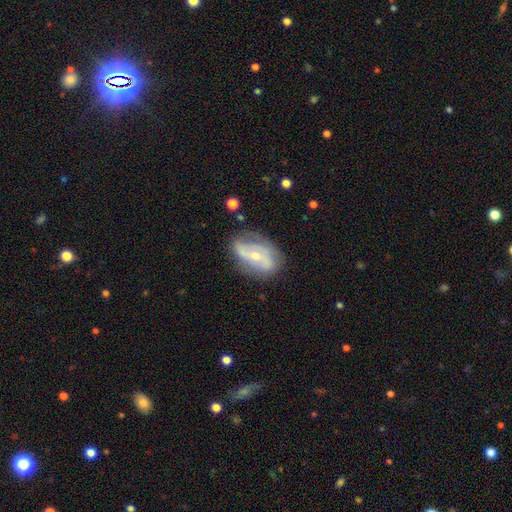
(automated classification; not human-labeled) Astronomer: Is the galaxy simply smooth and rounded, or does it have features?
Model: featured or disk — 73%.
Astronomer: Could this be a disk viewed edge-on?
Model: no — 94%.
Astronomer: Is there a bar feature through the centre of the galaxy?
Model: no — 42% (runner-up: weak, 33%).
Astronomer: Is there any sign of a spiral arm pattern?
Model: yes — 77%.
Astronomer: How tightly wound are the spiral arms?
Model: loose — 38% (runner-up: medium, 37%).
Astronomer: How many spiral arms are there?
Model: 2 — 66%.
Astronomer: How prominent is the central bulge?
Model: small — 64%.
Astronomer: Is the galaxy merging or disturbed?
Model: none — 62%.